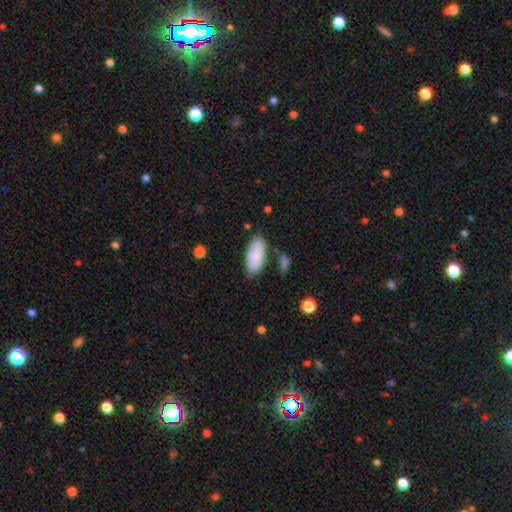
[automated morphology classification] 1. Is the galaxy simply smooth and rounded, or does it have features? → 85% smooth, 9% featured or disk, 6% star or artifact.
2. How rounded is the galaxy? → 87% in between, 11% cigar-shaped, 2% round.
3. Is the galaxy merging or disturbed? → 74% none, 17% minor disturbance, 5% merger, 4% major disturbance.